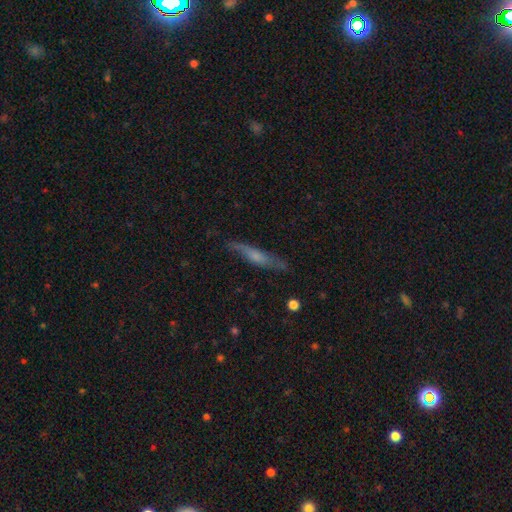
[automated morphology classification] Overall: featured or disk (50%; smooth 43%). Merging: none (74%).